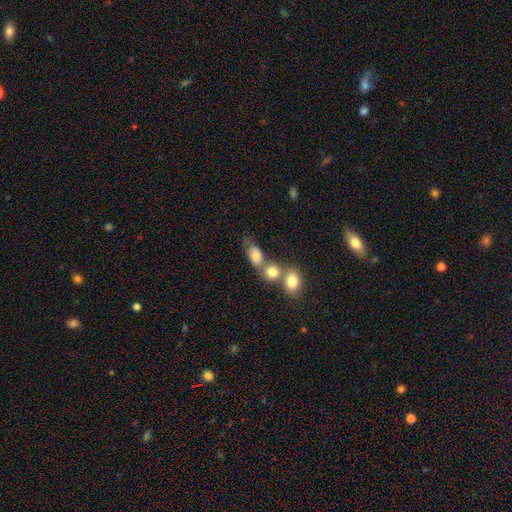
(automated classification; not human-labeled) Smooth or featured? Predicted: smooth (p=0.78). How rounded? Predicted: in between (p=0.66). Merging? Predicted: merger (p=0.48).